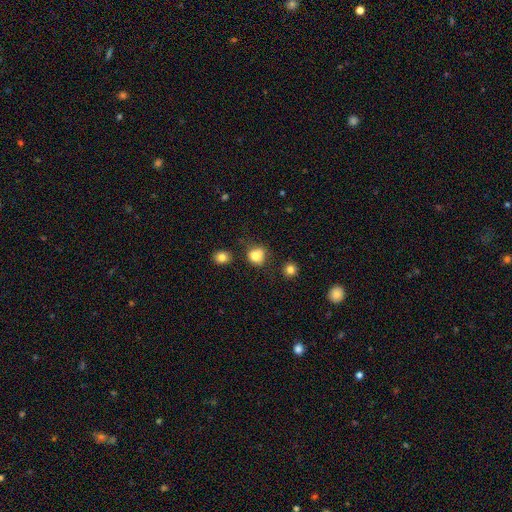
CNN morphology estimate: The model was most divided on "merging": none: 63%, minor disturbance: 21%, merger: 9%, major disturbance: 7%. More confident: smooth or featured — smooth (80%); how rounded — round (72%).